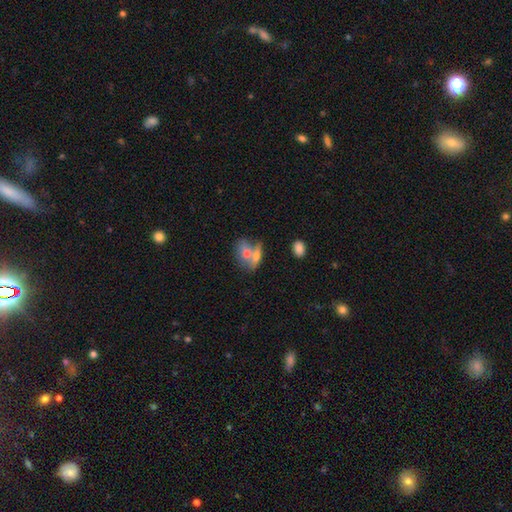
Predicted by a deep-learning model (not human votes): Morphology: type=smooth (66%); roundness=in between (65%); merging=merger (56%).